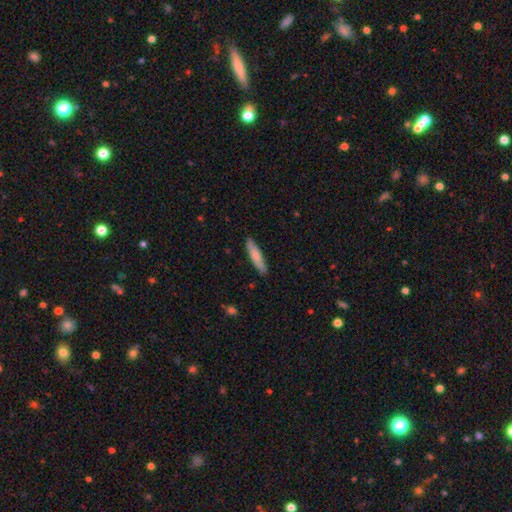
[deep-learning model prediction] smooth-or-featured: smooth: 78% | featured or disk: 17% | star or artifact: 5%
  how-rounded: cigar-shaped: 85% | in between: 14% | round: 1%
  merging: none: 88% | minor disturbance: 9% | major disturbance: 2% | merger: 1%